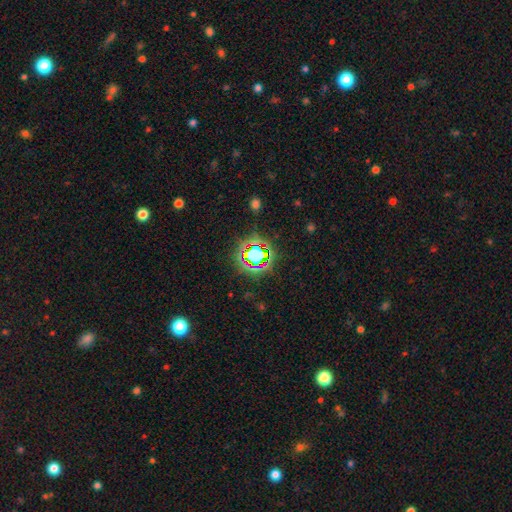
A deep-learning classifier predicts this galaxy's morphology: smooth_or_featured: star or artifact (p=0.66) [alt: smooth p=0.23]